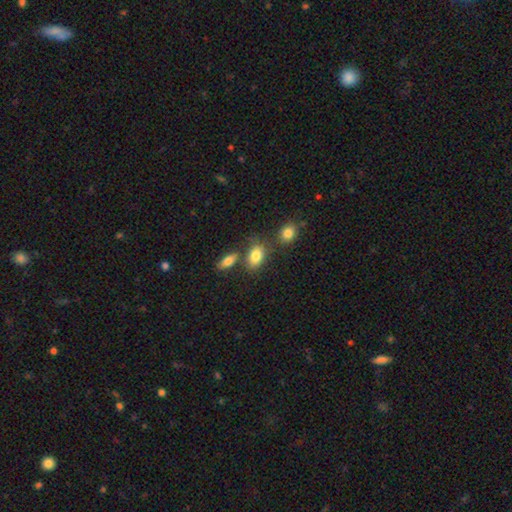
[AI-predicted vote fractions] Smooth or featured? smooth (81%)
How rounded? in between (85%)
Merging? none (61%)